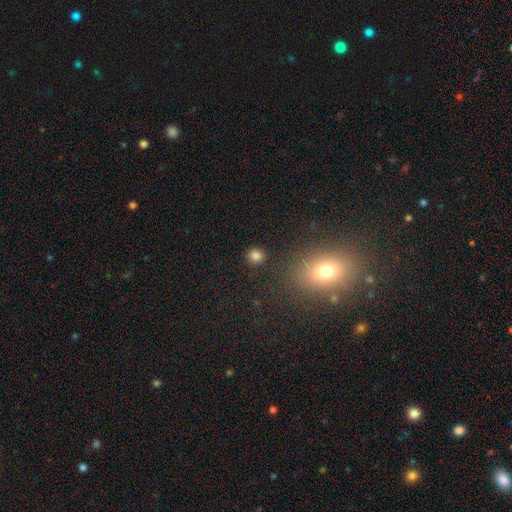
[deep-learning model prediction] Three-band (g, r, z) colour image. It shows a smooth galaxy with no disk features (82%) that is round (87%). Merging: none (89%).